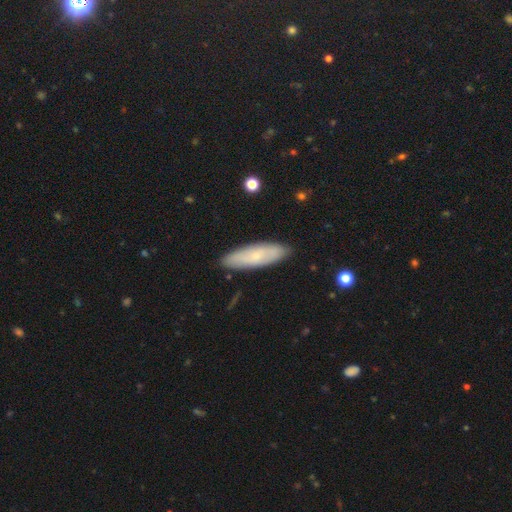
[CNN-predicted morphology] A smooth galaxy with no disk features (61%) that is cigar-shaped (53%). Merging: none (88%).